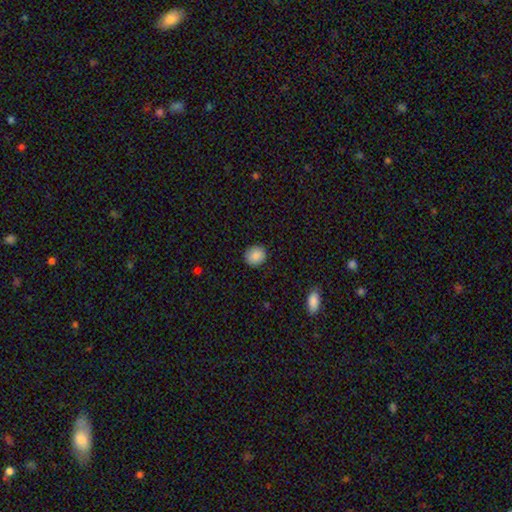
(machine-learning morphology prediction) smooth-or-featured: smooth: 87% | star or artifact: 8% | featured or disk: 4%
  how-rounded: round: 84% | in between: 15% | cigar-shaped: 1%
  merging: none: 90% | minor disturbance: 7% | major disturbance: 2% | merger: 1%